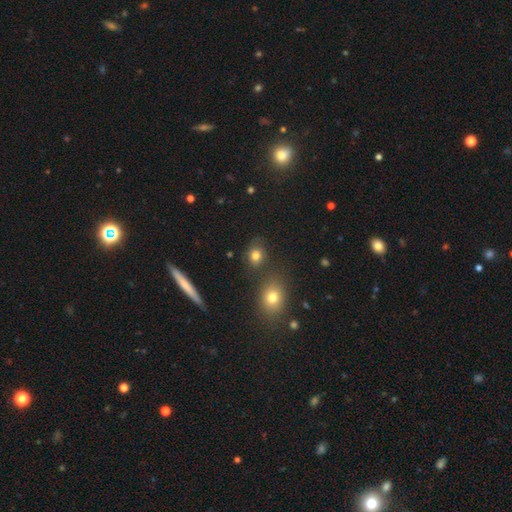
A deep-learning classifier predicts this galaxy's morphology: This appears to be a smooth galaxy with no disk features (79%) that is round (52%). Merging: none (73%).